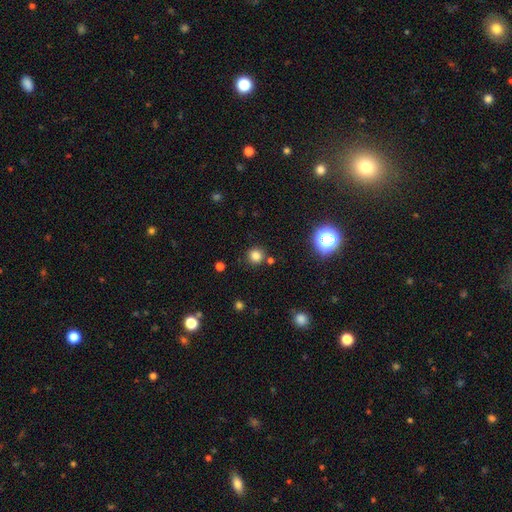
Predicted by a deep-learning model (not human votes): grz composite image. It shows a smooth galaxy with no disk features (80%) that is round (93%). Merging: none (85%).